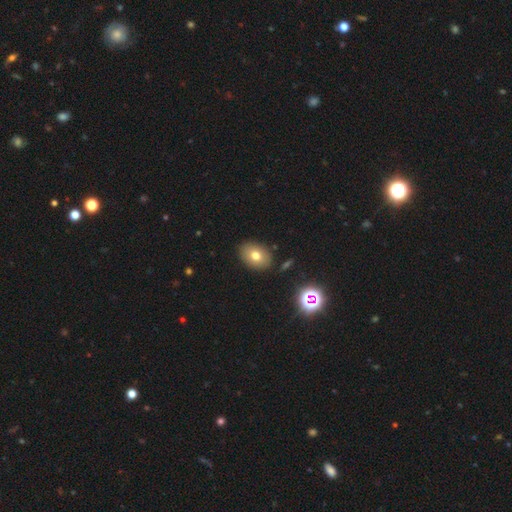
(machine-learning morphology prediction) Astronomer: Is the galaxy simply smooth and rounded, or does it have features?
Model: smooth — 73%.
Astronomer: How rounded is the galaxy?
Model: in between — 72%.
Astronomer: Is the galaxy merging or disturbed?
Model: none — 87%.